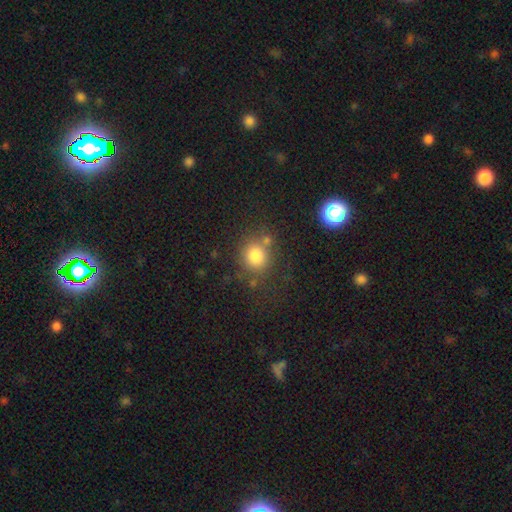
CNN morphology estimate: This is likely a smooth galaxy (80%). How rounded: clearly round (83%). Merging: likely none (69%).